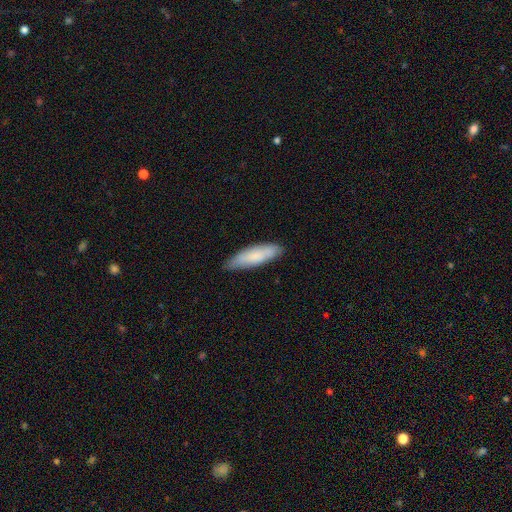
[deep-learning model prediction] This appears to be a smooth galaxy with no disk features (79%) that is cigar-shaped (57%). Merging: none (78%).